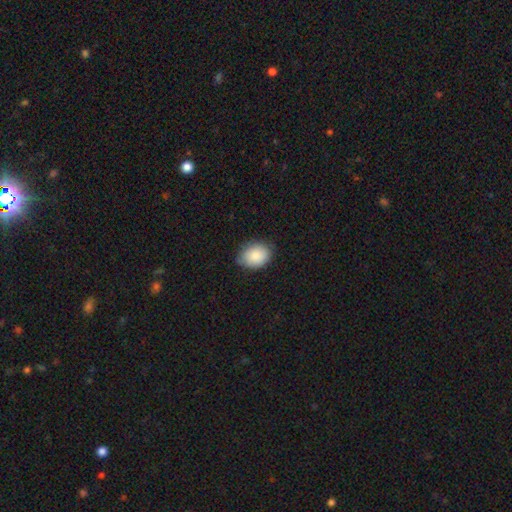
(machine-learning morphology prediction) The model was most divided on "how rounded": in between: 66%, round: 34%, cigar-shaped: 1%. More confident: smooth or featured — smooth (87%); merging — none (77%).